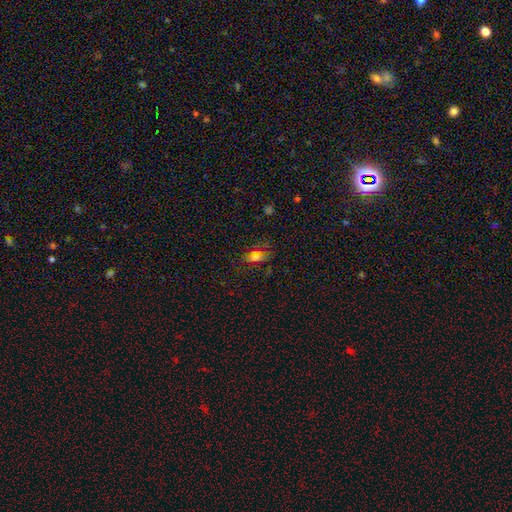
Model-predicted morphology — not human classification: Smooth or featured? Predicted: smooth (p=0.72). How rounded? Predicted: in between (p=0.82). Merging? Predicted: none (p=0.65).